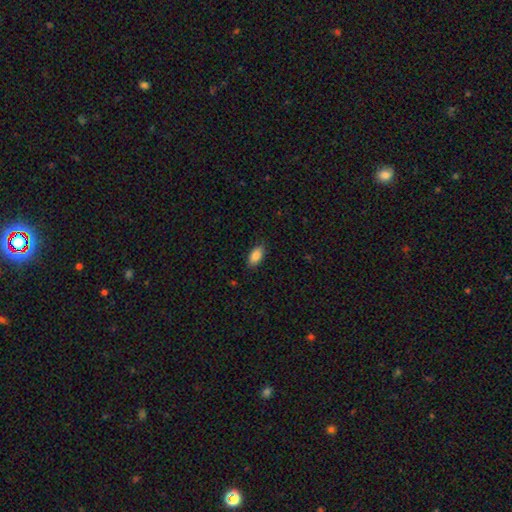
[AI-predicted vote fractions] smooth 85%, featured or disk 8%, star or artifact 7%. Down the decision tree: how rounded — in between (92%); merging — none (85%).